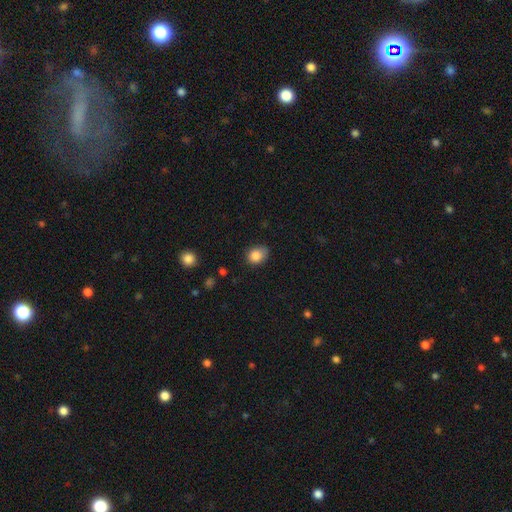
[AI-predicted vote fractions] Smooth or featured? smooth (84%)
How rounded? round (55%)
Merging? none (69%)